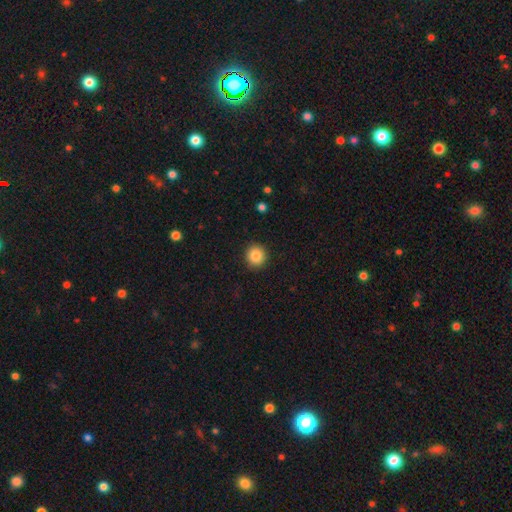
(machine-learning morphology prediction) A smooth galaxy with no disk features (85%) that is round (92%).

Vote fractions:
- Smooth or featured? smooth: 85% / star or artifact: 10% / featured or disk: 6%
- How rounded? round: 92% / in between: 7% / cigar-shaped: 1%
- Merging? none: 92% / minor disturbance: 6% / major disturbance: 2% / merger: 1%